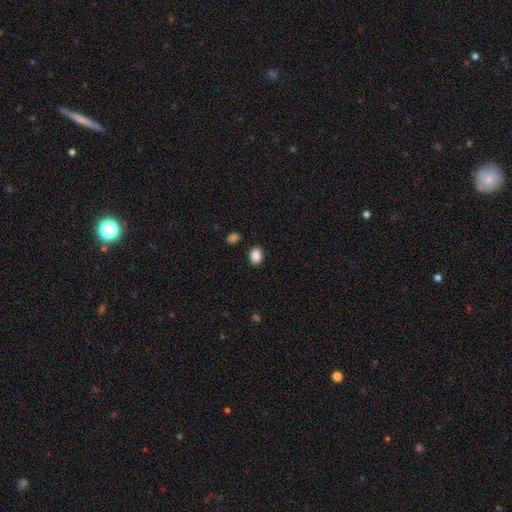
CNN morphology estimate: A smooth galaxy with no disk features (88%) that is in between round and cigar-shaped (71%).

Vote fractions:
- Smooth or featured? smooth: 88% / star or artifact: 8% / featured or disk: 3%
- How rounded? in between: 71% / round: 28% / cigar-shaped: 1%
- Merging? none: 88% / minor disturbance: 8% / major disturbance: 2% / merger: 2%